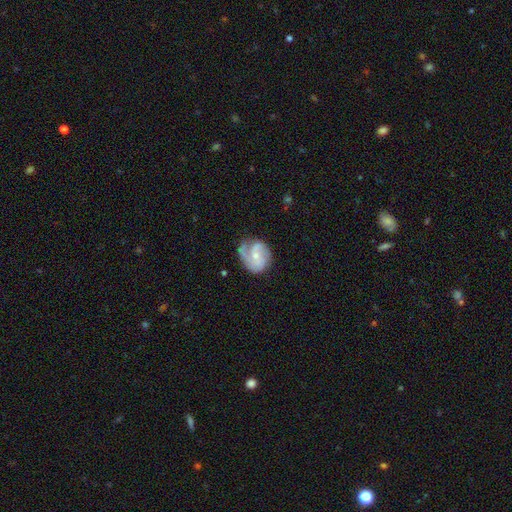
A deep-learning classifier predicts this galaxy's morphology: A featured or disk galaxy (74%) with no bar (58%), 2 (47%) medium (44%) spiral arms (91%) and a small central bulge (63%).

Vote fractions:
- Smooth or featured? featured or disk: 74% / smooth: 20% / star or artifact: 6%
- Edge-on disk? no: 98% / yes: 2%
- Bar? no: 58% / weak: 34% / strong: 7%
- Spiral arms? yes: 91% / no: 9%
- Spiral winding? medium: 44% / tight: 31% / loose: 25%
- Spiral arm count? 2: 47% / 1: 26% / can't tell: 13% / 3: 9% / 4: 2% / more than 4: 2%
- Bulge size? small: 63% / moderate: 32% / none: 3% / large: 1% / dominant: 1%
- Merging? none: 51% / minor disturbance: 28% / major disturbance: 18% / merger: 3%